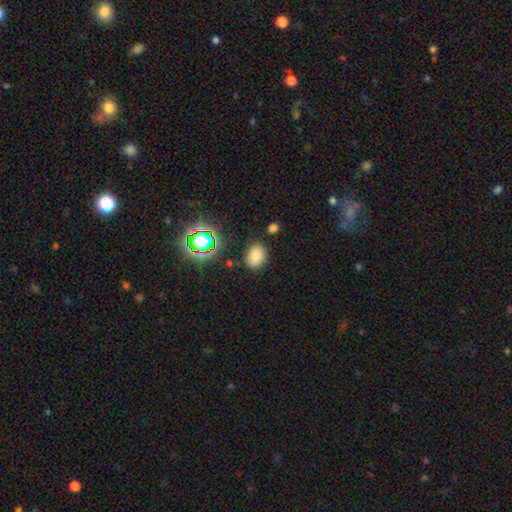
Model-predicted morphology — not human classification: The model was most divided on "how rounded": in between: 58%, round: 40%, cigar-shaped: 1%. More confident: merging — none (80%); smooth or featured — smooth (71%).